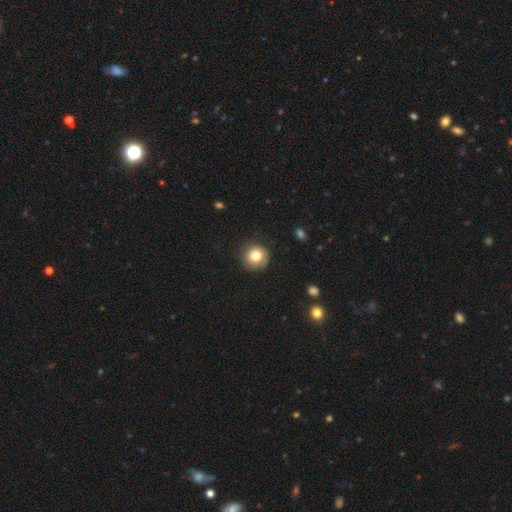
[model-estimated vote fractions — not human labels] Smooth or featured?
  - smooth: 81% *
  - featured or disk: 10%
  - star or artifact: 9%
How rounded?
  - round: 91% *
  - in between: 8%
  - cigar-shaped: 1%
Merging?
  - none: 78% *
  - minor disturbance: 16%
  - major disturbance: 5%
  - merger: 1%